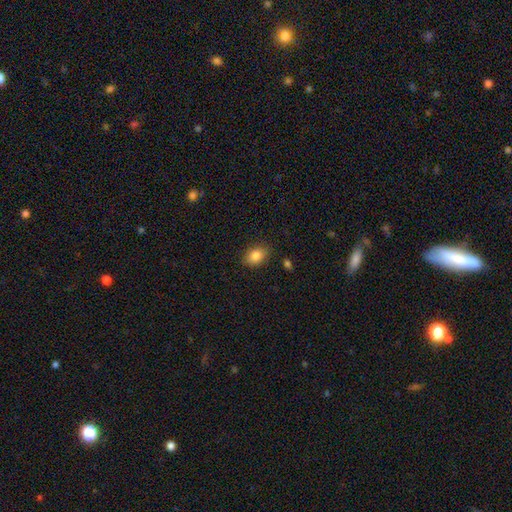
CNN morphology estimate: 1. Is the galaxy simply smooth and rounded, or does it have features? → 84% smooth, 9% star or artifact, 8% featured or disk.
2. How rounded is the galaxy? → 75% in between, 24% round, 1% cigar-shaped.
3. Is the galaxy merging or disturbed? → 85% none, 11% minor disturbance, 3% major disturbance, 2% merger.